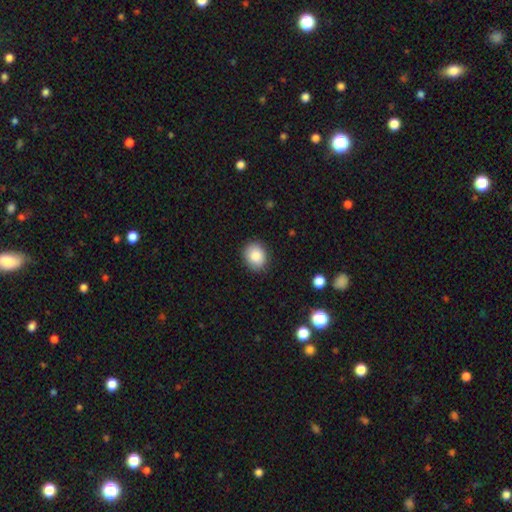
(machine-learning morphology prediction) Smooth or featured?
  - smooth: 87% *
  - star or artifact: 8%
  - featured or disk: 5%
How rounded?
  - round: 61% *
  - in between: 38%
  - cigar-shaped: 1%
Merging?
  - none: 88% *
  - minor disturbance: 9%
  - major disturbance: 2%
  - merger: 1%